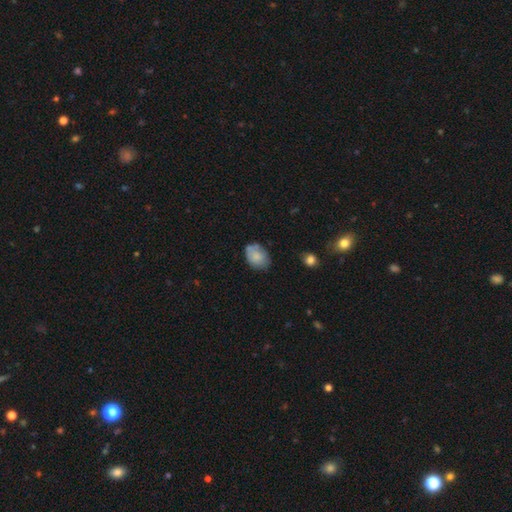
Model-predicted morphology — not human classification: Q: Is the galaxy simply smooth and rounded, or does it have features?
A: smooth — 78%.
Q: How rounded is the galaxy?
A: in between — 72%.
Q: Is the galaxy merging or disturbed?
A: none — 60%.